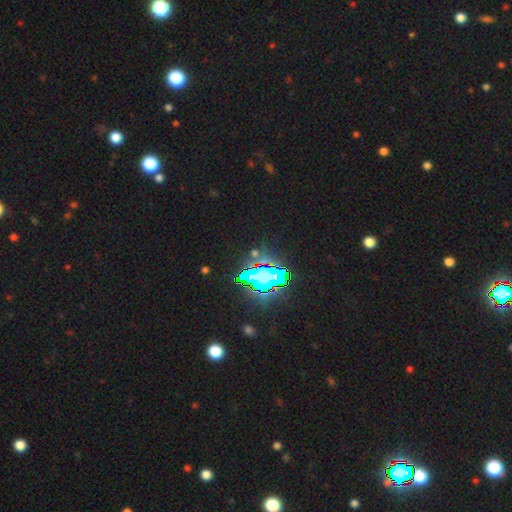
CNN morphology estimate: type=star or artifact (70%).